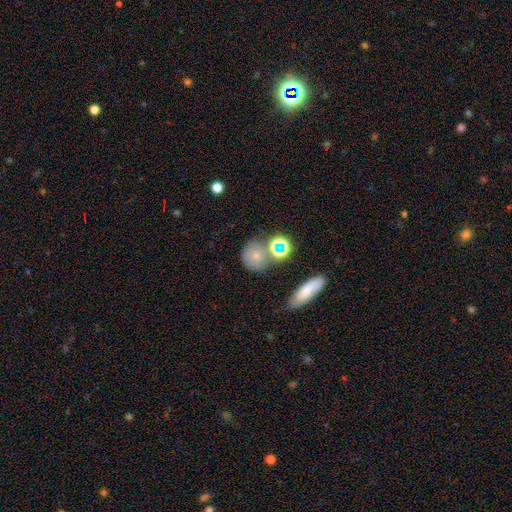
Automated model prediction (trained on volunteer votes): Smooth or featured: smooth — 69% (star or artifact — 17%)
How rounded: round — 81% (in between — 17%)
Merging: none — 62% (merger — 19%)